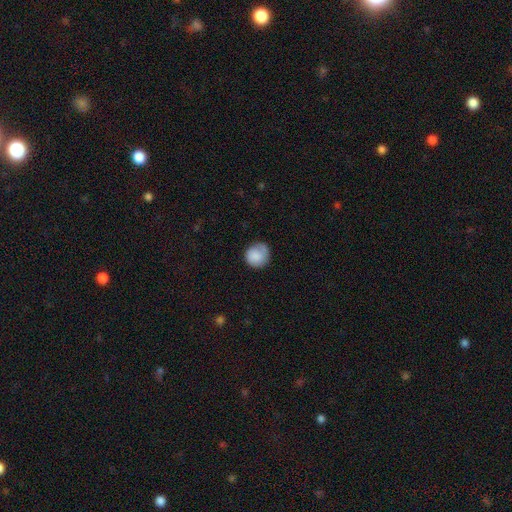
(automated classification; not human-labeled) The model was most divided on "merging": none: 69%, minor disturbance: 22%, major disturbance: 7%, merger: 1%. More confident: how rounded — round (88%); smooth or featured — smooth (83%).